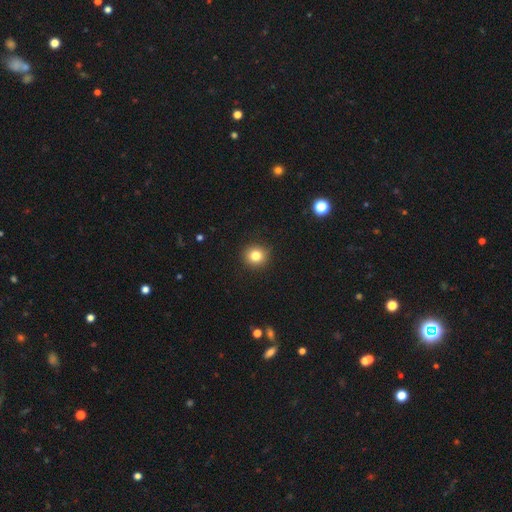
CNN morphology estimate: smooth-or-featured: smooth: 82% | star or artifact: 12% | featured or disk: 6%
  how-rounded: round: 91% | in between: 8% | cigar-shaped: 1%
  merging: none: 91% | minor disturbance: 6% | major disturbance: 2% | merger: 1%